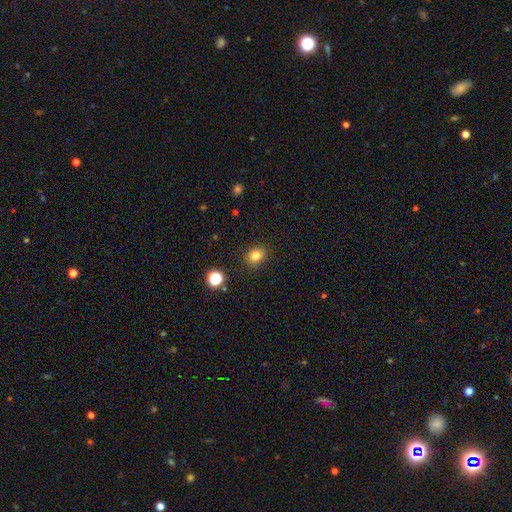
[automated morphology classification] Smooth or featured: smooth — 82% (star or artifact — 13%)
How rounded: round — 63% (in between — 36%)
Merging: none — 86% (minor disturbance — 9%)